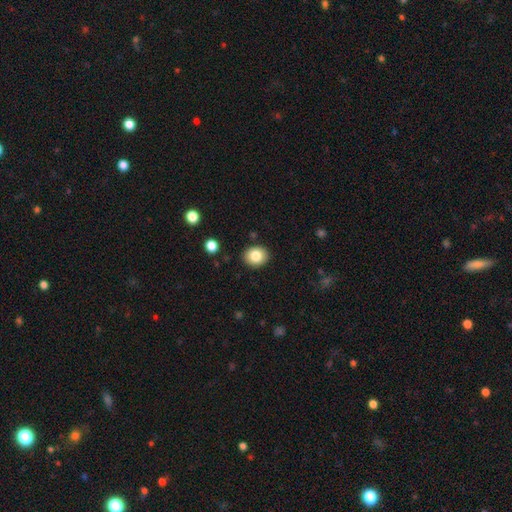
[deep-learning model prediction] This appears to be a smooth galaxy with no disk features (83%) that is round (60%). Merging: none (89%).